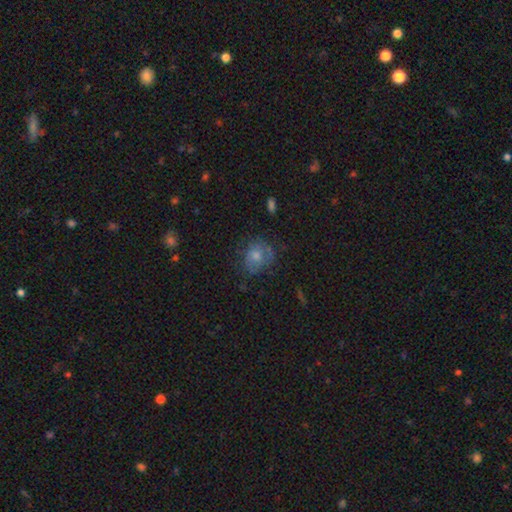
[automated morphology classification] Smooth or featured: smooth — 54% (featured or disk — 31%)
How rounded: round — 67% (in between — 32%)
Merging: none — 62% (minor disturbance — 24%)